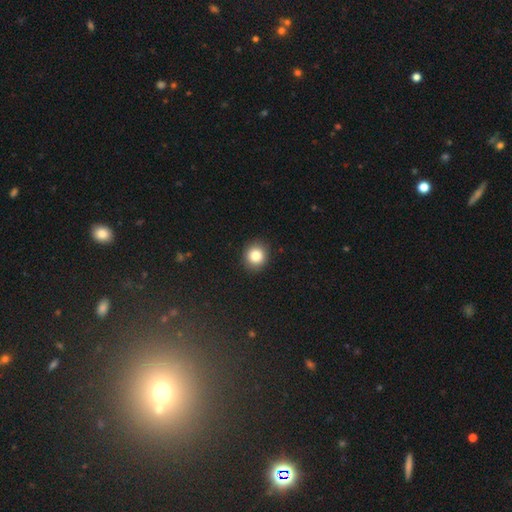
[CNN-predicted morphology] This appears to be a smooth galaxy with no disk features (83%) that is round (88%). Merging: none (91%).